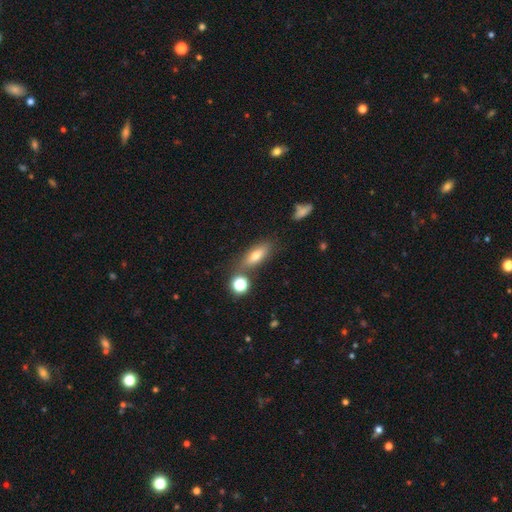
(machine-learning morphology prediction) Q: Smooth or featured?
A: smooth (70%); runner-up: featured or disk (20%)
Q: How rounded?
A: in between (65%); runner-up: cigar-shaped (30%)
Q: Merging?
A: none (70%); runner-up: minor disturbance (14%)